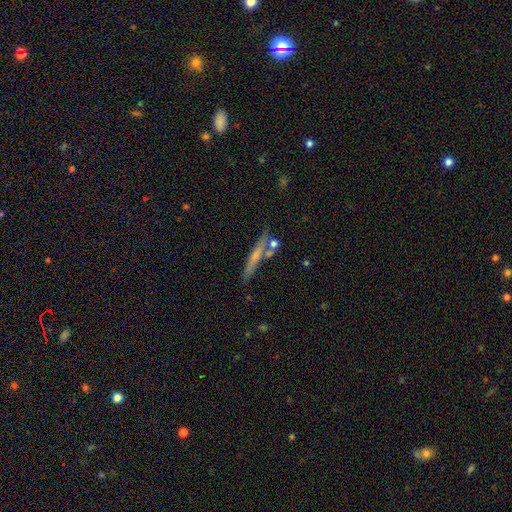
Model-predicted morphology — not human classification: smooth_or_featured: smooth (p=0.47) [alt: featured or disk p=0.46]
merging: none (p=0.74) [alt: minor disturbance p=0.13]